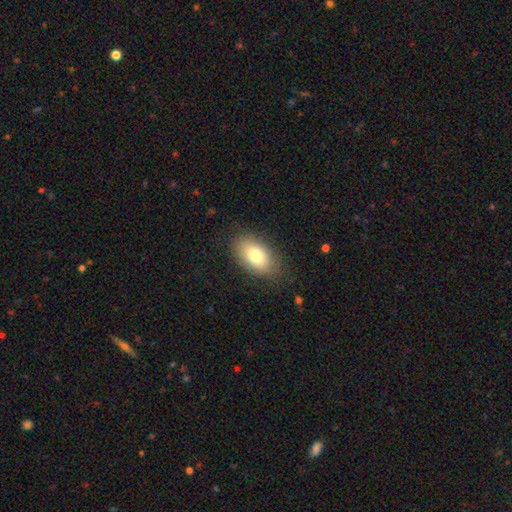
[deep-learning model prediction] smooth 78%, featured or disk 14%, star or artifact 8%. Down the decision tree: how rounded — in between (91%); merging — none (82%).